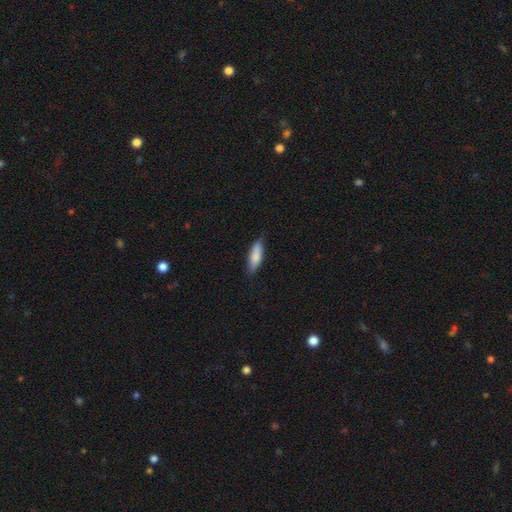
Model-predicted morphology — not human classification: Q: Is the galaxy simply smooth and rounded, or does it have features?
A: smooth — 82%.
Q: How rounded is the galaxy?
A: cigar-shaped — 54%.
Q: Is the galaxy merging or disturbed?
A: none — 79%.